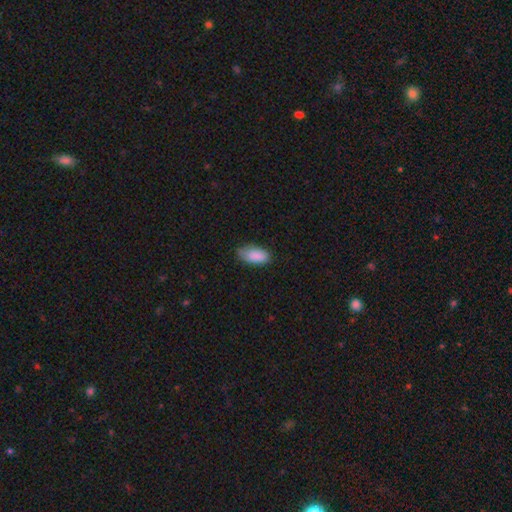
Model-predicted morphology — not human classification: Overall: smooth (88%). How rounded: in between (91%). Merging: none (69%).